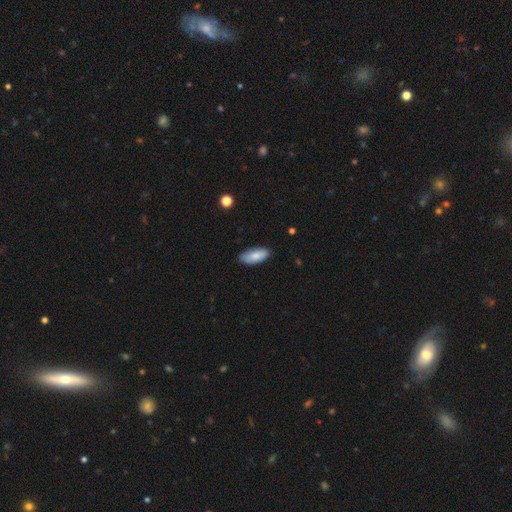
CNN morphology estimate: A smooth galaxy with no disk features (83%) that is in between round and cigar-shaped (88%). Merging: none (82%).